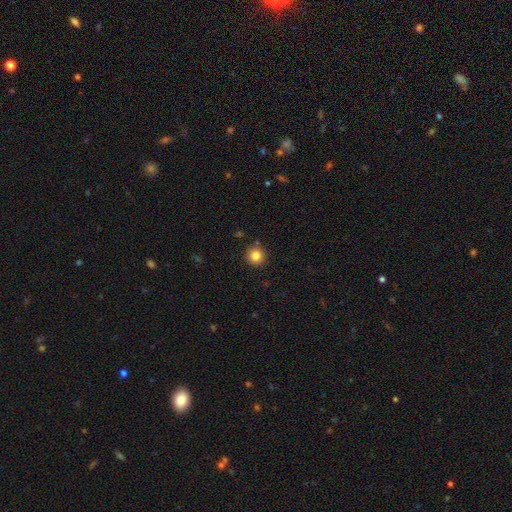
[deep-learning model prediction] The model was most divided on "smooth or featured": smooth: 83%, star or artifact: 11%, featured or disk: 6%. More confident: how rounded — round (94%); merging — none (88%).